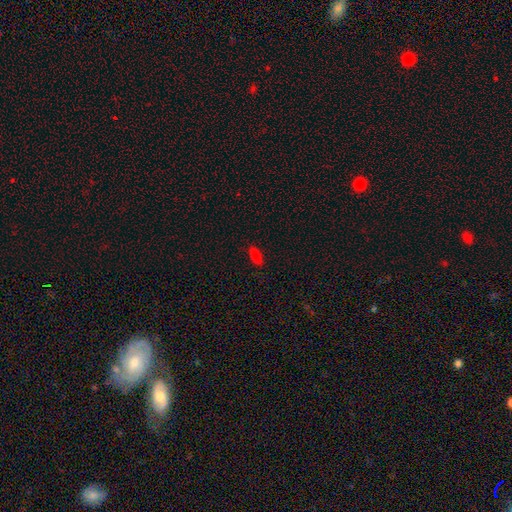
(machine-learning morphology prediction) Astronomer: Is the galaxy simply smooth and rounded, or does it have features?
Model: smooth — 77%.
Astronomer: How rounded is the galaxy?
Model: in between — 78%.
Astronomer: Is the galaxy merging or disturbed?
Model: none — 87%.